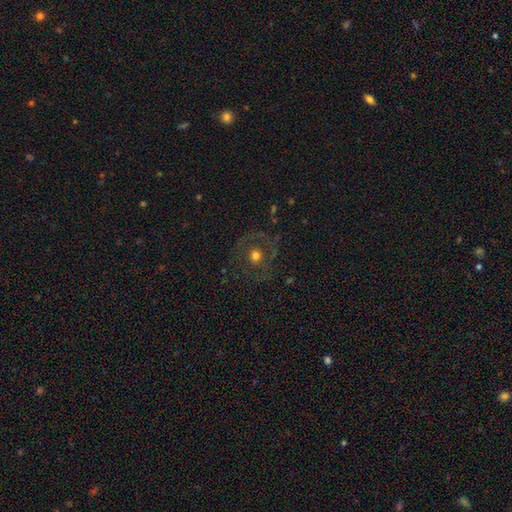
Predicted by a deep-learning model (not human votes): A smooth galaxy with no disk features (49%). Merging: none (78%).